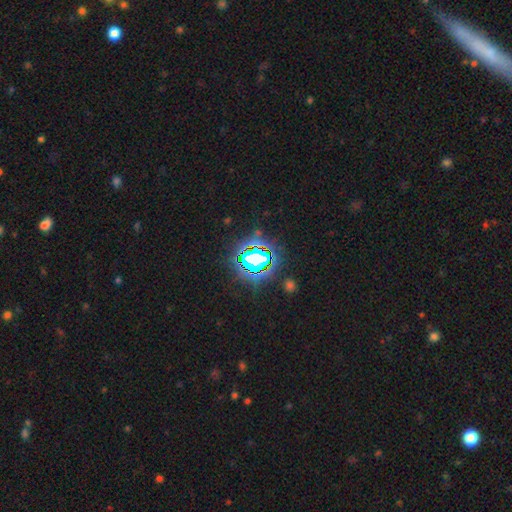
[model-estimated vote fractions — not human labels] Smooth or featured? Predicted: star or artifact (p=0.71).